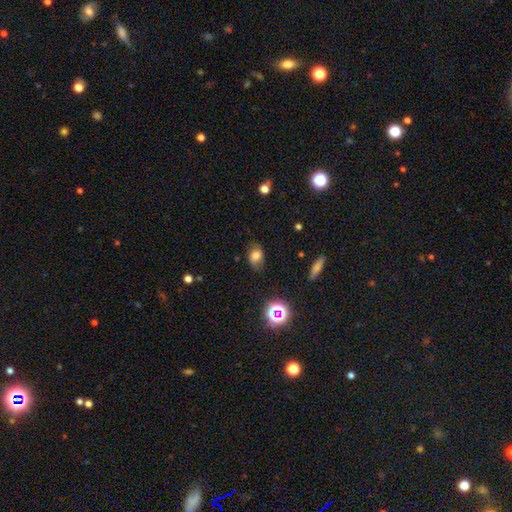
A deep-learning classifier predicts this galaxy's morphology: The model was most divided on "how rounded": in between: 70%, round: 29%, cigar-shaped: 2%. More confident: smooth or featured — smooth (71%); merging — none (69%).